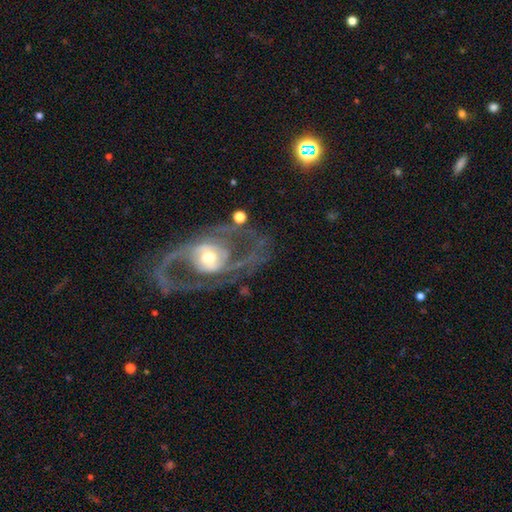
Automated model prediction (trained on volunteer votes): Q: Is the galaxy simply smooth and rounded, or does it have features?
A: featured or disk — 89%.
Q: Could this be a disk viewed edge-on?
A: no — 96%.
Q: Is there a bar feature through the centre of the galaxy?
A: no — 55%.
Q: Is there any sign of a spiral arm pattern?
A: yes — 92%.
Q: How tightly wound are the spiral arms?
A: medium — 53%.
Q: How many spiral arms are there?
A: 2 — 88%.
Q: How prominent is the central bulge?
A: moderate — 60%.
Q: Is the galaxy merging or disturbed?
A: none — 69%.